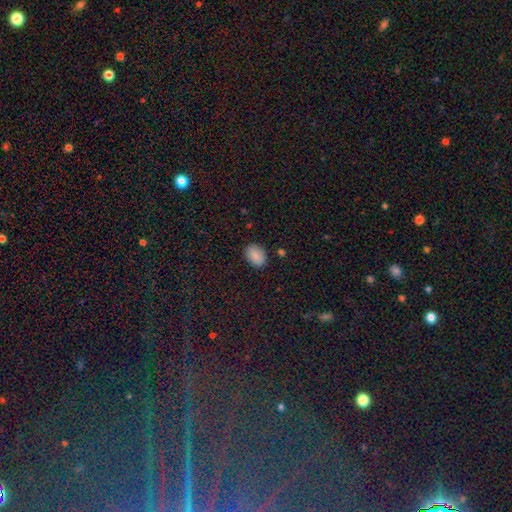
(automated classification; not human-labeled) Q: Smooth or featured?
A: smooth (87%); runner-up: star or artifact (8%)
Q: How rounded?
A: in between (81%); runner-up: round (18%)
Q: Merging?
A: none (86%); runner-up: minor disturbance (10%)